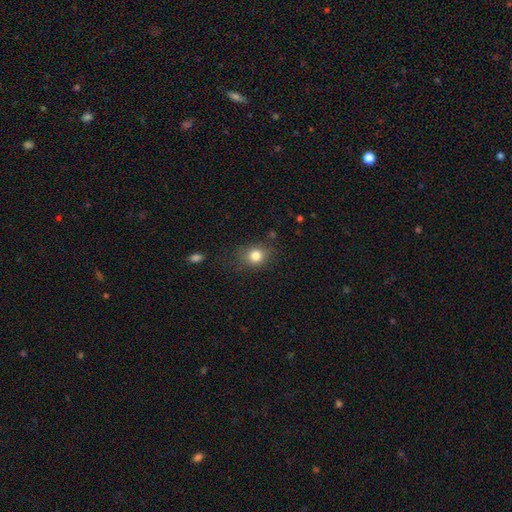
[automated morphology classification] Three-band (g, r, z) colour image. It shows a smooth galaxy with no disk features (81%) that is round (65%). Merging: none (74%).